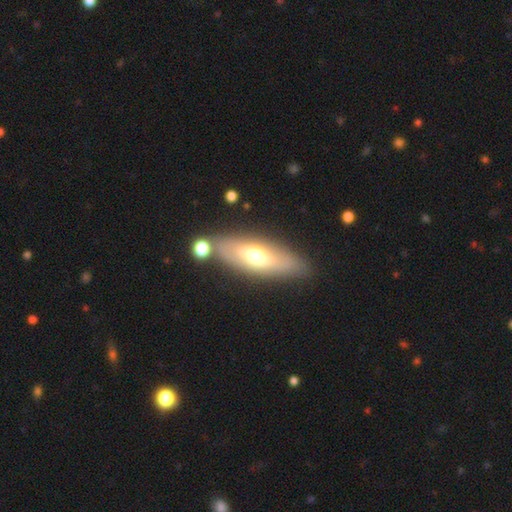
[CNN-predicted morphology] type=smooth (52%); roundness=in between (57%); merging=none (77%).